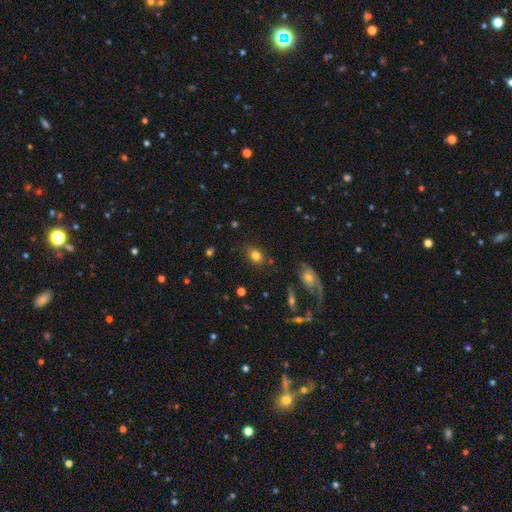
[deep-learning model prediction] smooth 80%, star or artifact 12%, featured or disk 8%. Down the decision tree: how rounded — in between (56%); merging — none (81%).